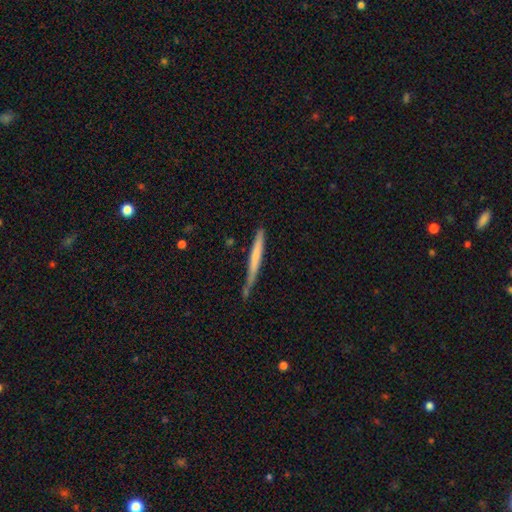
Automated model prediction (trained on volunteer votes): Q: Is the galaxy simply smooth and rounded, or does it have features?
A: smooth — 52%.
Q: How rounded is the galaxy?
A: cigar-shaped — 96%.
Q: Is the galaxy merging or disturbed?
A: none — 67%.